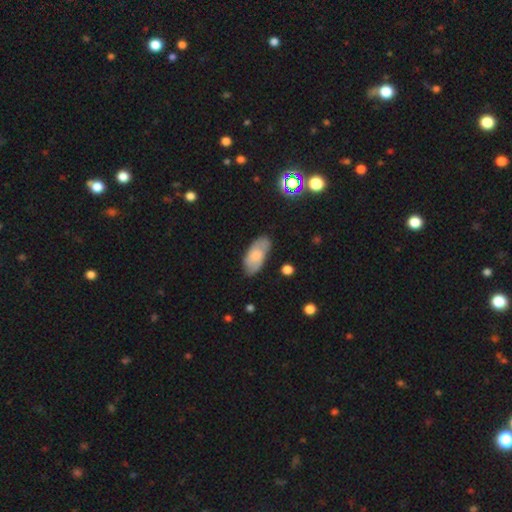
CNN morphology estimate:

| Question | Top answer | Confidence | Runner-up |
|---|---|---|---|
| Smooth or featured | smooth | 65% | featured or disk (28%) |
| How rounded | in between | 91% | cigar-shaped (6%) |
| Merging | none | 73% | minor disturbance (20%) |